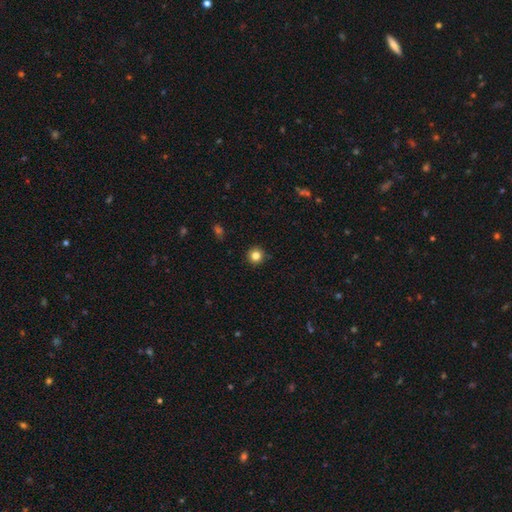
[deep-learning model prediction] The model was most divided on "smooth or featured": smooth: 82%, star or artifact: 12%, featured or disk: 6%. More confident: how rounded — round (95%); merging — none (92%).